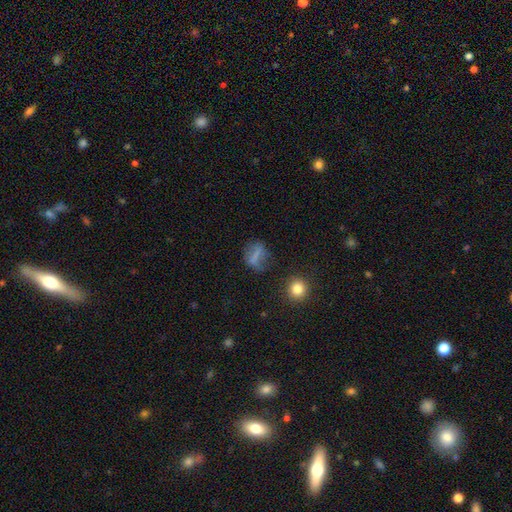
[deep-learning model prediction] Smooth or featured? smooth (54%)
How rounded? in between (46%)
Merging? none (62%)